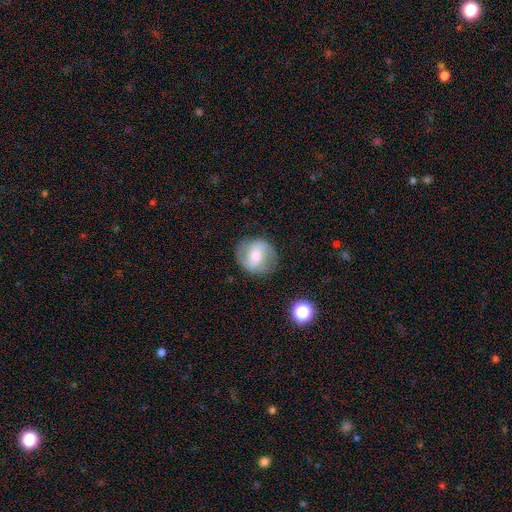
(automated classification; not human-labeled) Overall: featured or disk (56%; smooth 36%). Edge-on disk: no (96%). Bar: weak (40%; no 37%). Spiral arms: yes (77%). Bulge size: moderate (58%; small 35%). Merging: none (80%).